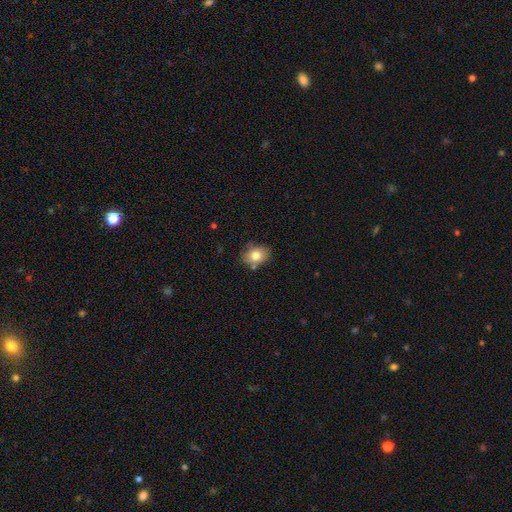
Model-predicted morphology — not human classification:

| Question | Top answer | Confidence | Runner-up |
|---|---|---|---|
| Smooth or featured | smooth | 78% | featured or disk (12%) |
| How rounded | in between | 57% | round (42%) |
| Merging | none | 73% | minor disturbance (17%) |